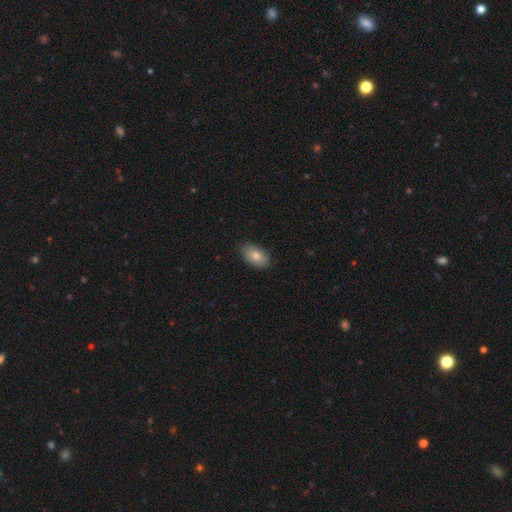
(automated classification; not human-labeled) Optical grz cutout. It shows a smooth galaxy with no disk features (79%) that is in between round and cigar-shaped (93%). Merging: none (88%).